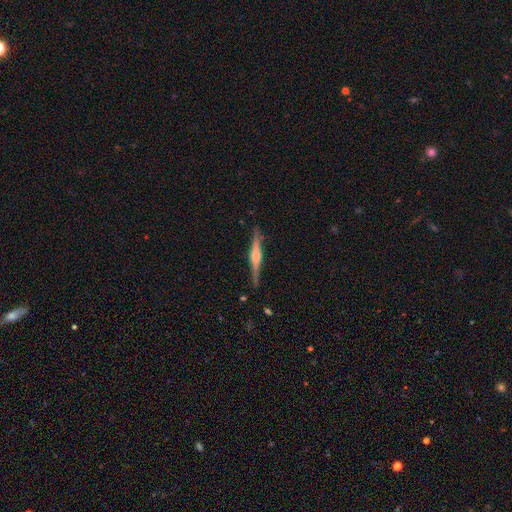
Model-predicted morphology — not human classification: featured or disk 77%, smooth 18%, star or artifact 5%. Down the decision tree: edge-on disk — yes (98%); edge-on bulge — rounded (79%); merging — none (87%).